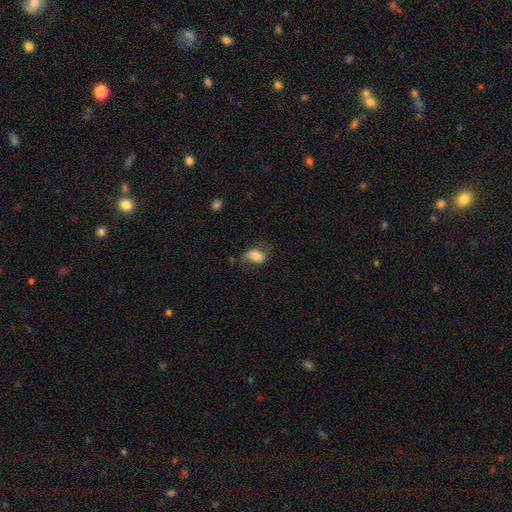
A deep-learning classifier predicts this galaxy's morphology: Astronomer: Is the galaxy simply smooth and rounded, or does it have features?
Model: smooth — 56% (runner-up: featured or disk, 35%).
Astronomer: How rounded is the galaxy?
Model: in between — 81%.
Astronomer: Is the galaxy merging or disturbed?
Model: none — 48% (runner-up: minor disturbance, 28%).